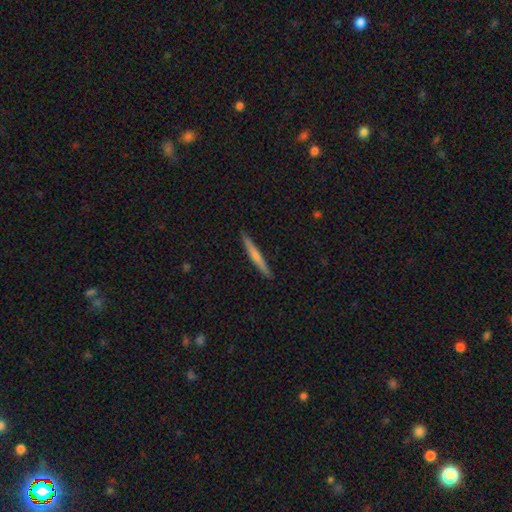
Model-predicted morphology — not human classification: Q: Smooth or featured?
A: smooth (56%); runner-up: featured or disk (39%)
Q: How rounded?
A: cigar-shaped (96%); runner-up: in between (3%)
Q: Merging?
A: none (92%); runner-up: minor disturbance (6%)